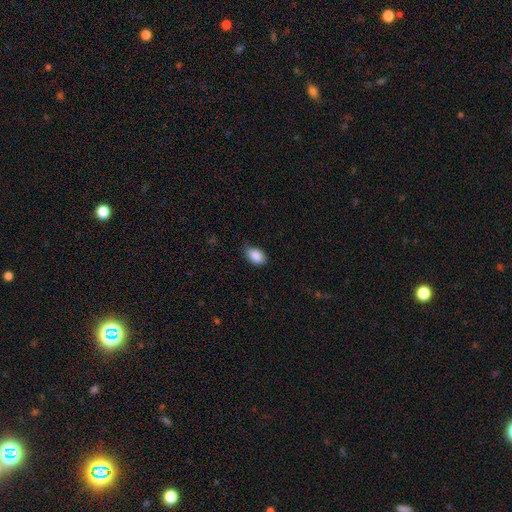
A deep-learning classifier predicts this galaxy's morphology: This is clearly a smooth galaxy (89%). How rounded: clearly in between (90%). Merging: likely none (75%).